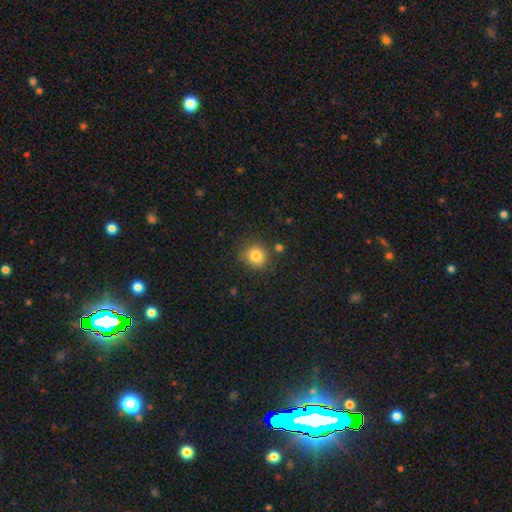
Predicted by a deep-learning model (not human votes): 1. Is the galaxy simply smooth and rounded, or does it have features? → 82% smooth, 11% star or artifact, 7% featured or disk.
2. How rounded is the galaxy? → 86% round, 13% in between, 1% cigar-shaped.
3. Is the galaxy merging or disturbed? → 78% none, 14% minor disturbance, 5% merger, 4% major disturbance.